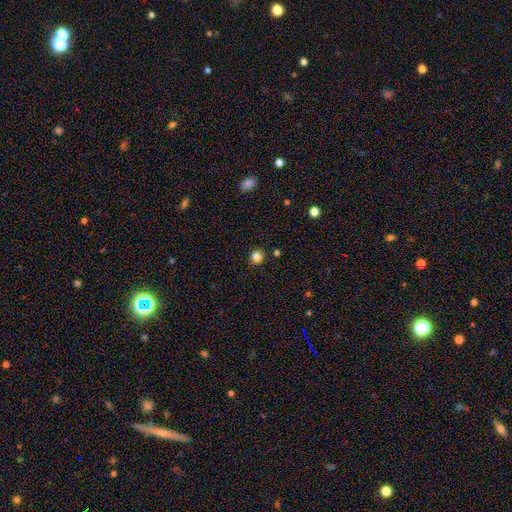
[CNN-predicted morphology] Smooth or featured? Predicted: smooth (p=0.83). How rounded? Predicted: round (p=0.82). Merging? Predicted: none (p=0.86).